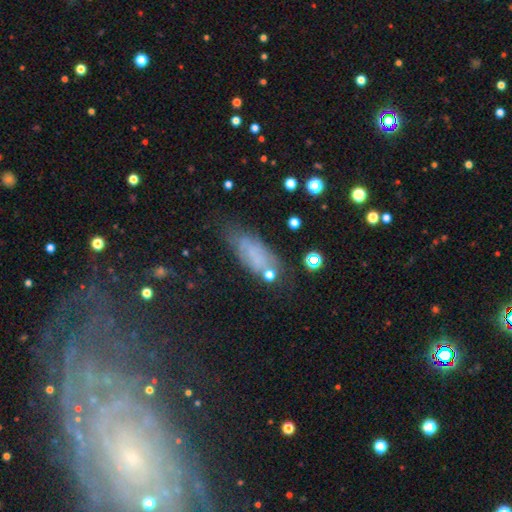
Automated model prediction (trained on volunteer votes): Morphology: type=smooth (59%); roundness=in between (72%); merging=none (55%).